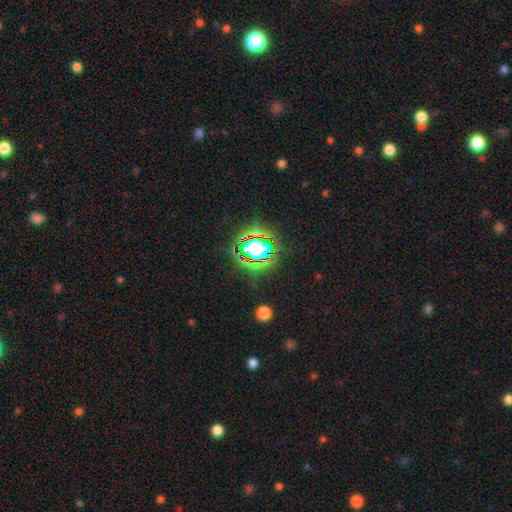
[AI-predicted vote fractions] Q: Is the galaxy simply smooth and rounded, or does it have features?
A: star or artifact — 80%.